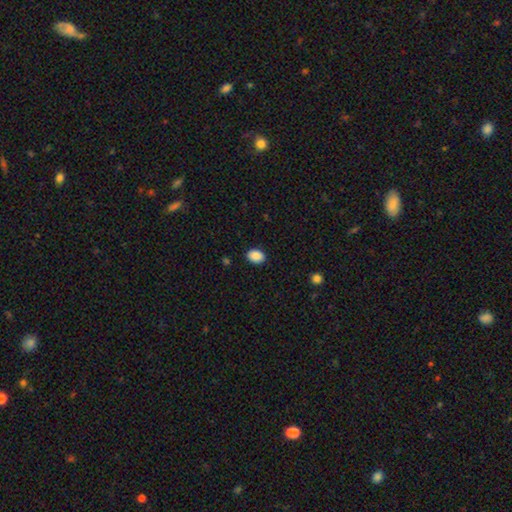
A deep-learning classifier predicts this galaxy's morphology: This is clearly a smooth galaxy (89%). How rounded: likely in between (73%). Merging: clearly none (88%).